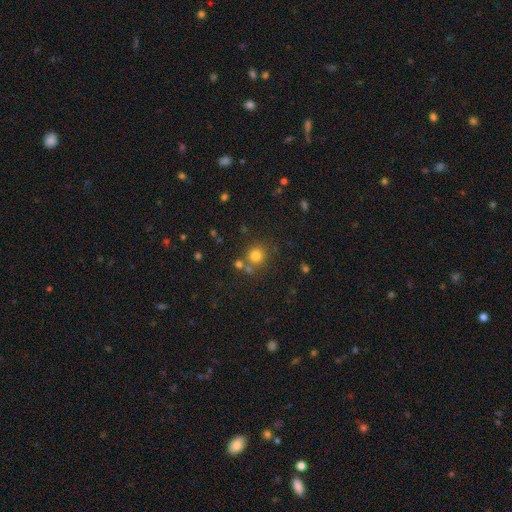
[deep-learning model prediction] This appears to be a smooth galaxy with no disk features (78%) that is round (91%). Merging: none (73%).